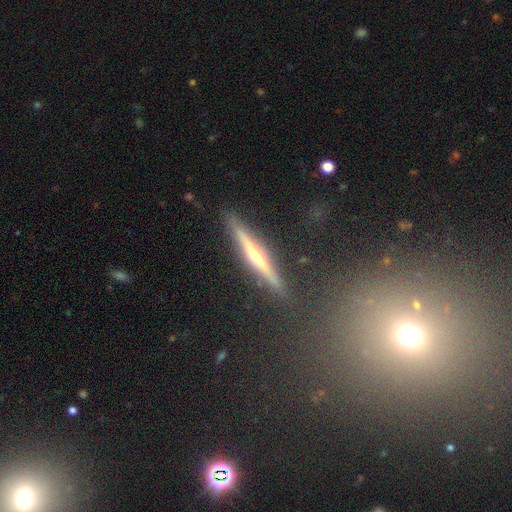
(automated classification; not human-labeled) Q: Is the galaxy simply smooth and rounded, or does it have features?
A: featured or disk — 67%.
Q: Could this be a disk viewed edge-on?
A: yes — 96%.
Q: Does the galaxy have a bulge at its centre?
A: rounded — 65%.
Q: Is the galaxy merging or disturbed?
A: none — 88%.